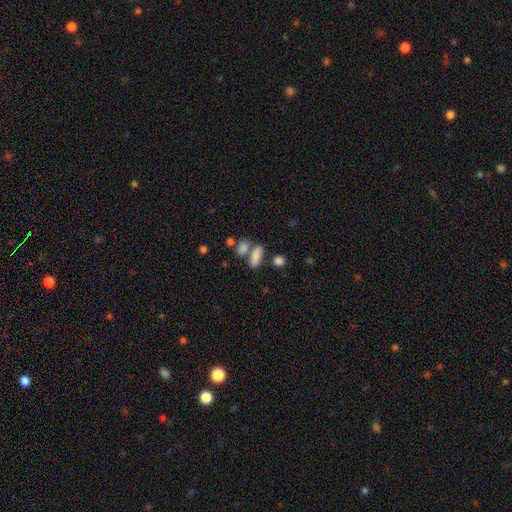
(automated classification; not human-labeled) This is clearly a smooth galaxy (82%). How rounded: likely in between (70%). Merging: possibly none (52%).